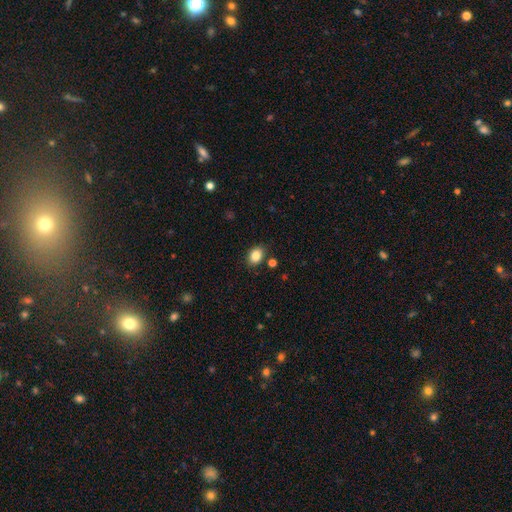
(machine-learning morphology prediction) This appears to be a smooth galaxy with no disk features (85%) that is in between round and cigar-shaped (68%). Merging: none (84%).